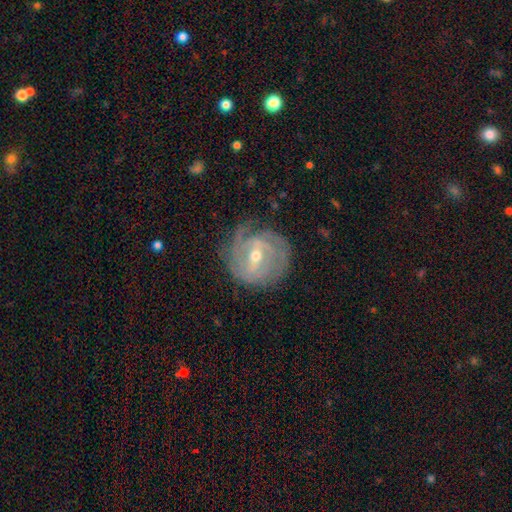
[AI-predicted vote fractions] The model was most divided on "spiral arm count": can't tell: 32%, 2: 31%, 3: 20%, 4: 7%, 1: 6%, more than 4: 4%. More confident: edge-on disk — no (96%); spiral arms — yes (92%); smooth or featured — featured or disk (85%); merging — none (71%); spiral winding — tight (67%); bulge size — moderate (55%); bar — weak (51%).